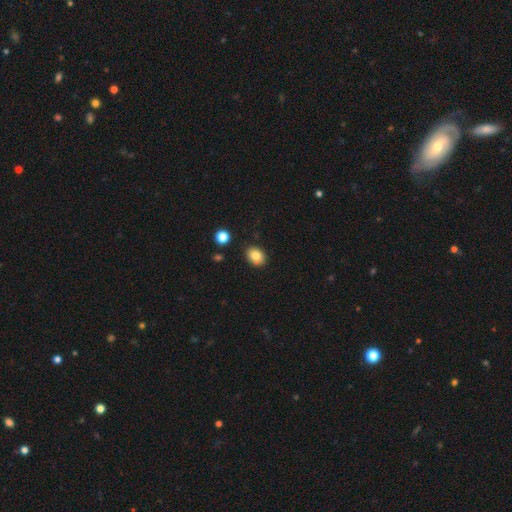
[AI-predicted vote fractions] This is clearly a smooth galaxy (83%). How rounded: possibly in between (59%). Merging: clearly none (87%).